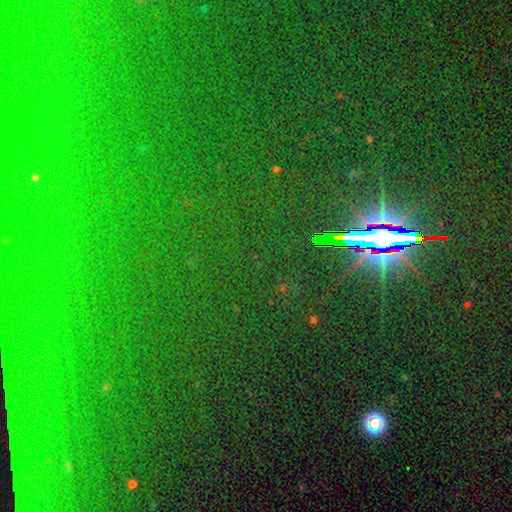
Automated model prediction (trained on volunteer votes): A star or artifact, not a galaxy (83%).